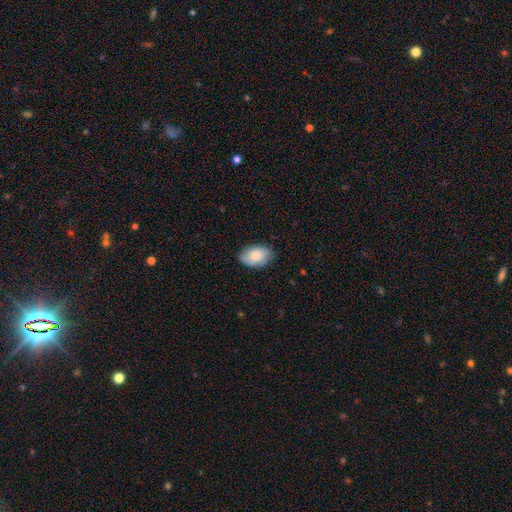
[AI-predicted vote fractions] Q: Smooth or featured?
A: smooth (79%); runner-up: featured or disk (14%)
Q: How rounded?
A: in between (89%); runner-up: round (10%)
Q: Merging?
A: none (80%); runner-up: minor disturbance (16%)